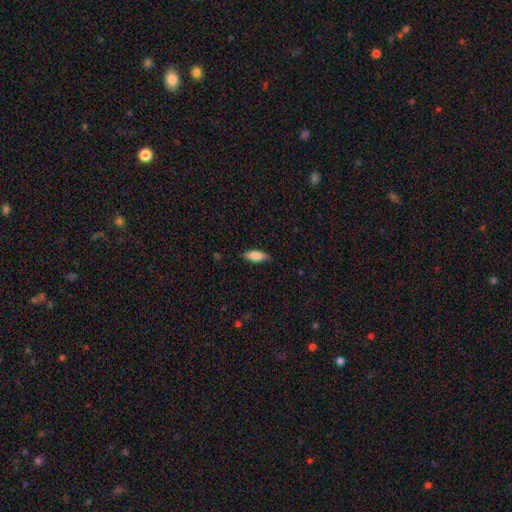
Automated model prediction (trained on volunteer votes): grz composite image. It shows a smooth galaxy with no disk features (79%) that is in between round and cigar-shaped (71%). Merging: none (83%).